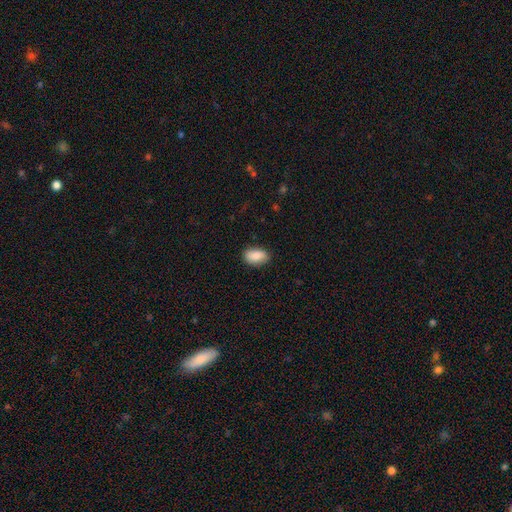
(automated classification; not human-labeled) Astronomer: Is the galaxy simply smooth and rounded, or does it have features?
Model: smooth — 85%.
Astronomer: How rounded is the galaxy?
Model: in between — 90%.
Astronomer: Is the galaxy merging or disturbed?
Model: none — 85%.